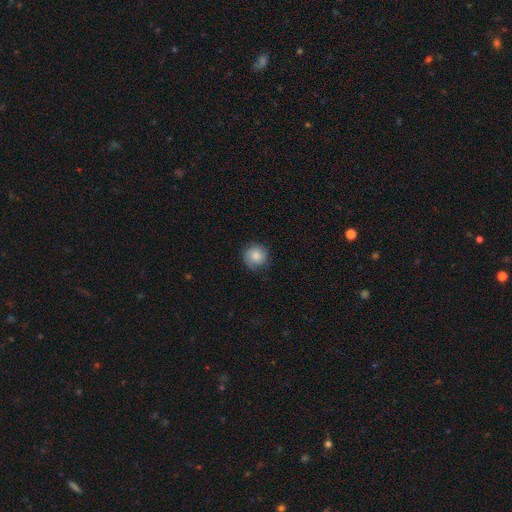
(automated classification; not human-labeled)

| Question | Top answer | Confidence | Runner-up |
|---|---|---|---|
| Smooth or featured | smooth | 72% | featured or disk (20%) |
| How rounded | round | 91% | in between (8%) |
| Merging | none | 78% | minor disturbance (16%) |